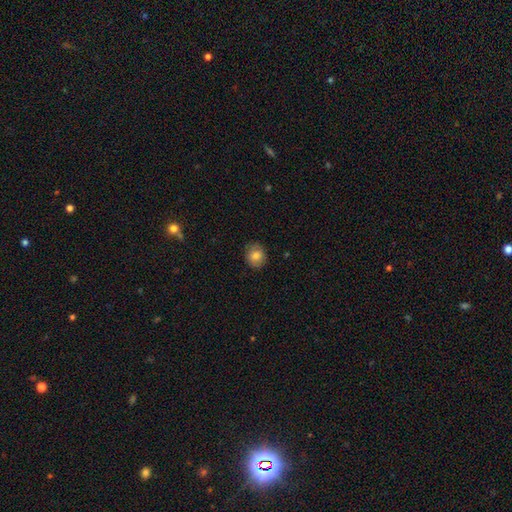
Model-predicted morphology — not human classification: smooth_or_featured: smooth (p=0.79) [alt: featured or disk p=0.12]
how_rounded: round (p=0.74) [alt: in between p=0.25]
merging: none (p=0.85) [alt: minor disturbance p=0.11]